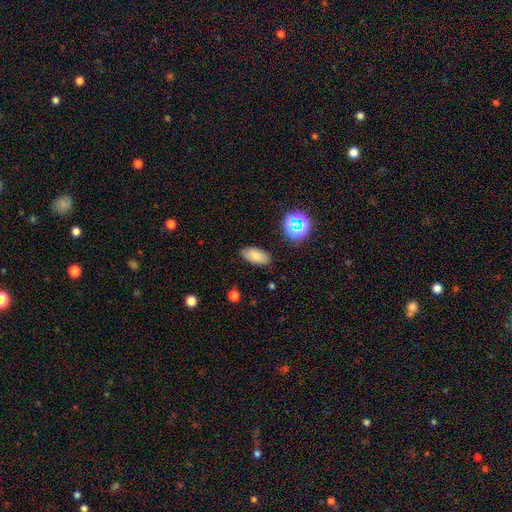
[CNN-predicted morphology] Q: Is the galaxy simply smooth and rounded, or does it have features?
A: smooth — 79%.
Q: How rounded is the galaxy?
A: in between — 91%.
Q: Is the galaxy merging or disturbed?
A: none — 84%.